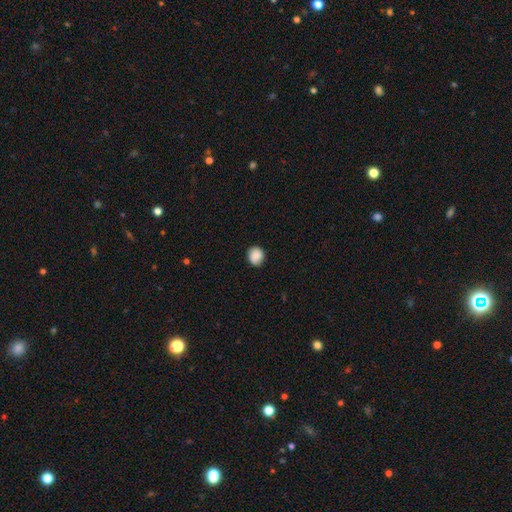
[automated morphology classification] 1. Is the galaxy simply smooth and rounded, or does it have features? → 84% smooth, 8% star or artifact, 8% featured or disk.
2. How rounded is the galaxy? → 79% round, 21% in between, 1% cigar-shaped.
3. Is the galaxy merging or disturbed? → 81% none, 15% minor disturbance, 3% major disturbance, 1% merger.